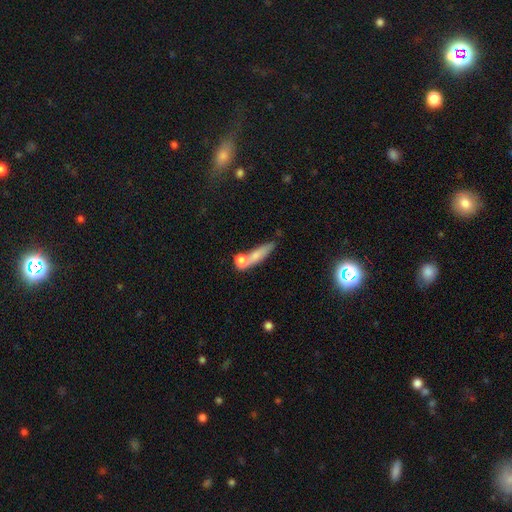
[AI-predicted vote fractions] Smooth or featured? smooth (68%)
How rounded? cigar-shaped (57%)
Merging? none (41%)